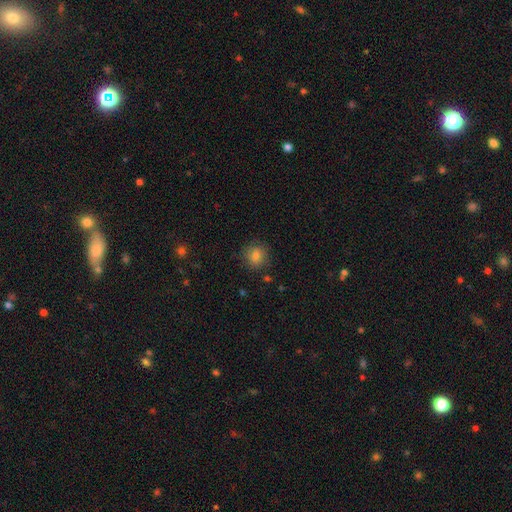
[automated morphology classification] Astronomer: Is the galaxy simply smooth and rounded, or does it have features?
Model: smooth — 79%.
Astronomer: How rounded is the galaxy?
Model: round — 83%.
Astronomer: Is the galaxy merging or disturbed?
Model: none — 85%.